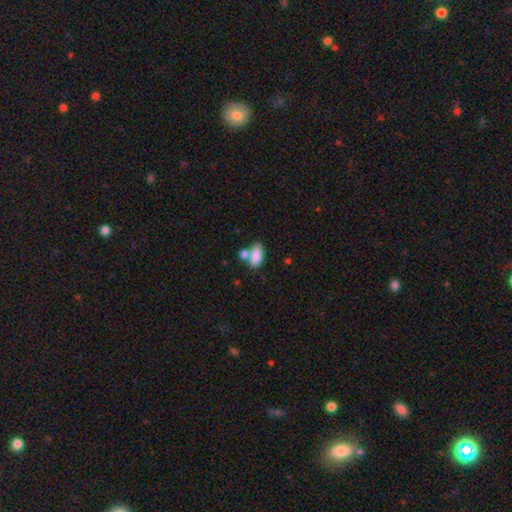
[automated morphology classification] smooth-or-featured: smooth: 85% | featured or disk: 8% | star or artifact: 8%
  how-rounded: in between: 89% | cigar-shaped: 6% | round: 5%
  merging: none: 49% | merger: 35% | minor disturbance: 12% | major disturbance: 5%